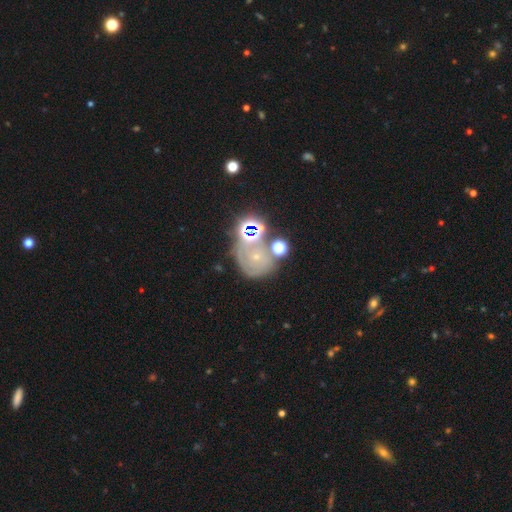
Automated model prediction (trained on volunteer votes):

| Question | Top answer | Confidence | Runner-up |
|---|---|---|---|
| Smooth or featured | featured or disk | 42% | star or artifact (34%) |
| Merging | none | 52% | merger (20%) |